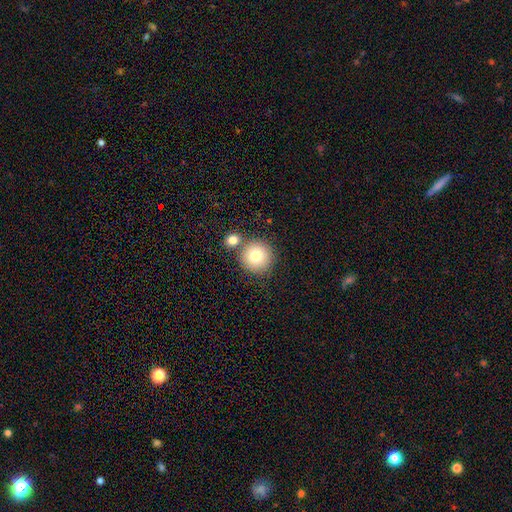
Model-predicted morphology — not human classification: Overall: smooth (78%). How rounded: round (95%). Merging: none (72%).